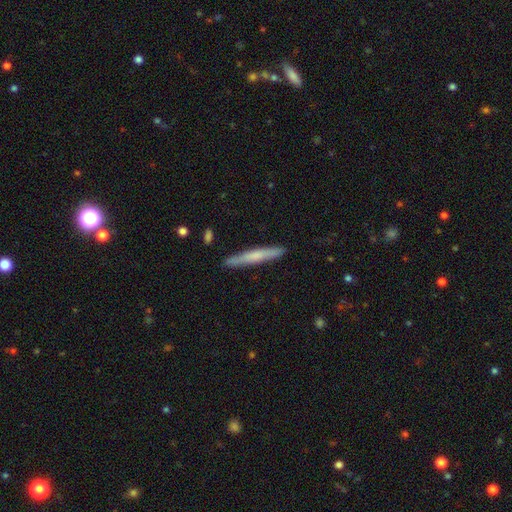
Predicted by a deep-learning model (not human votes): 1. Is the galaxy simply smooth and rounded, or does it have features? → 56% smooth, 38% featured or disk, 6% star or artifact.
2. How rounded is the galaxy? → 96% cigar-shaped, 3% in between, 1% round.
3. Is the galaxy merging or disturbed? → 89% none, 8% minor disturbance, 1% major disturbance, 1% merger.